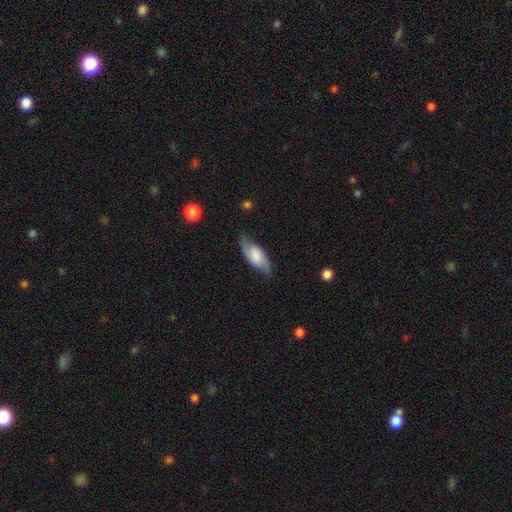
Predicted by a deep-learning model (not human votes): Overall: featured or disk (52%; smooth 42%). Edge-on disk: no (85%). Merging: none (72%).